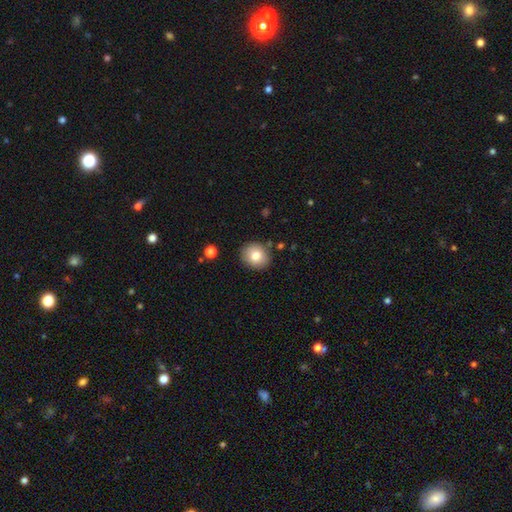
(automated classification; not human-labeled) Q: Smooth or featured?
A: smooth (80%); runner-up: featured or disk (10%)
Q: How rounded?
A: round (81%); runner-up: in between (18%)
Q: Merging?
A: none (86%); runner-up: minor disturbance (9%)